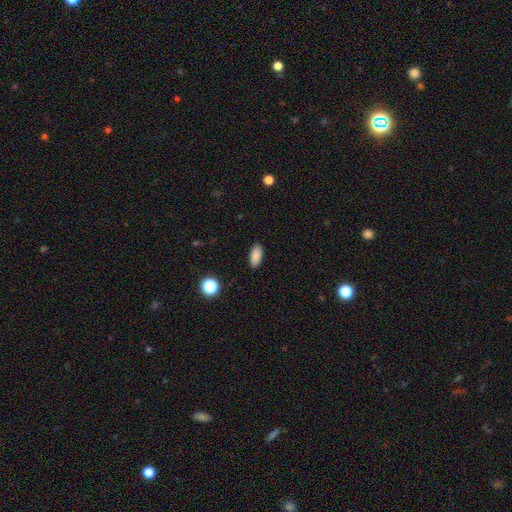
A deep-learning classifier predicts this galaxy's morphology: smooth_or_featured: smooth (p=0.87) [alt: star or artifact p=0.09]
how_rounded: in between (p=0.88) [alt: cigar-shaped p=0.08]
merging: none (p=0.90) [alt: minor disturbance p=0.07]